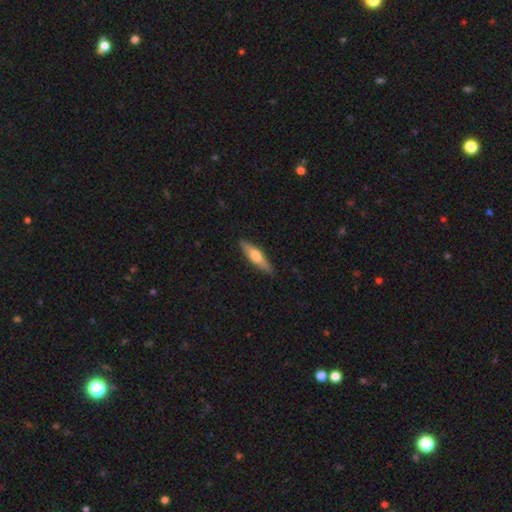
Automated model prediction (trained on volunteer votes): smooth-or-featured: smooth: 49% | featured or disk: 45% | star or artifact: 5%
  merging: none: 87% | minor disturbance: 11% | major disturbance: 2% | merger: 1%